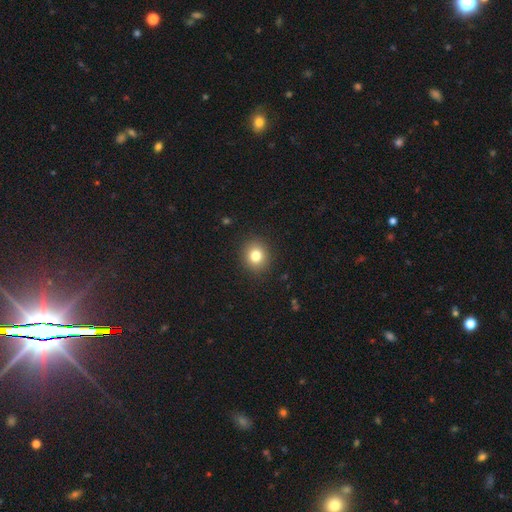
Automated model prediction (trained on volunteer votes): Smooth or featured?
  - smooth: 81% *
  - star or artifact: 11%
  - featured or disk: 8%
How rounded?
  - round: 80% *
  - in between: 19%
  - cigar-shaped: 1%
Merging?
  - none: 91% *
  - minor disturbance: 6%
  - major disturbance: 2%
  - merger: 1%